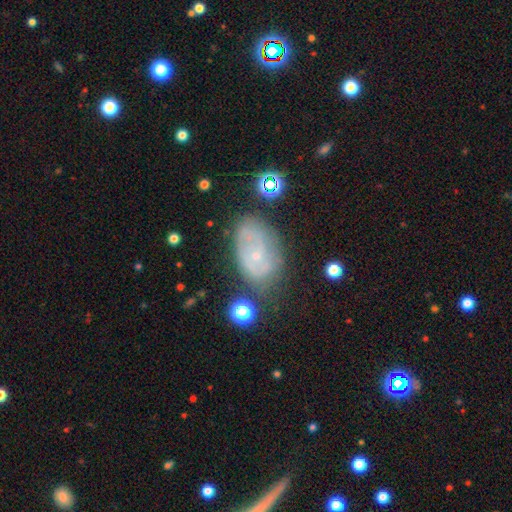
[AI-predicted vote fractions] Overall: featured or disk (67%). Edge-on disk: no (95%). Bar: no (75%). Spiral arms: yes (73%). Bulge size: small (81%). Merging: none (61%; minor disturbance 25%).